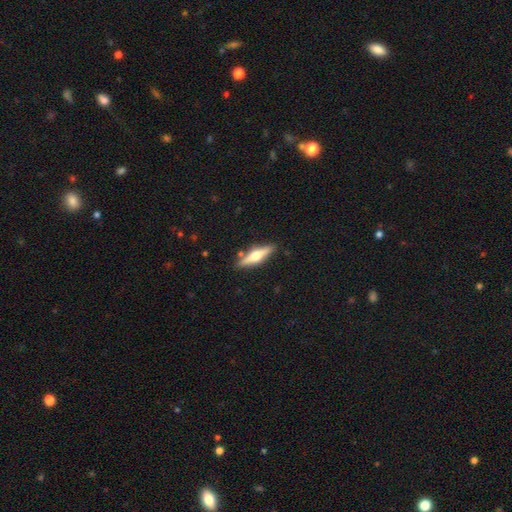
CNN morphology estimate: This appears to be a featured or disk galaxy (61%) viewed edge-on (95%) with a rounded central bulge (94%). Merging: none (86%).